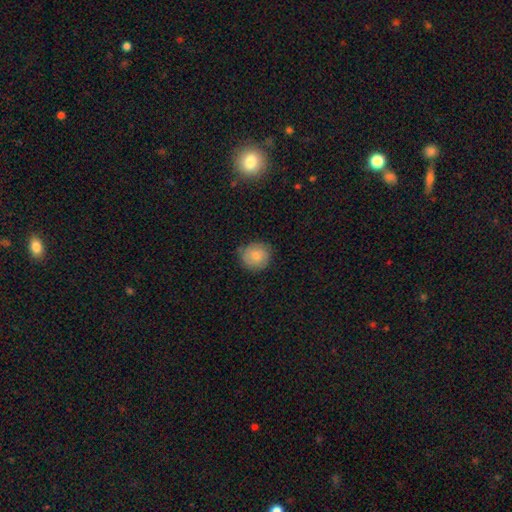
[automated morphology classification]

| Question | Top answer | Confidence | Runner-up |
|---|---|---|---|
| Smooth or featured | smooth | 77% | featured or disk (16%) |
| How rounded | round | 89% | in between (10%) |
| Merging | none | 78% | minor disturbance (18%) |